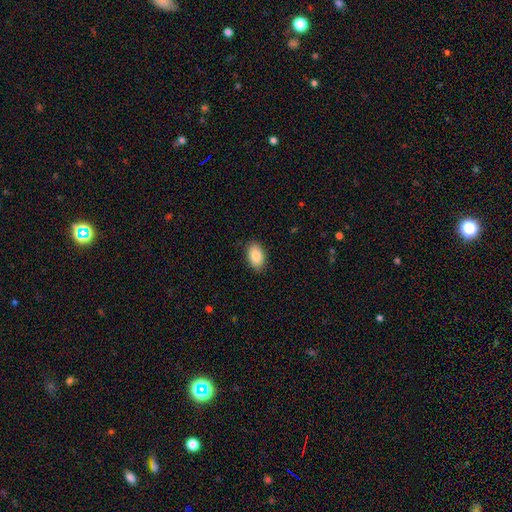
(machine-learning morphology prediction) Smooth or featured? Predicted: smooth (p=0.85). How rounded? Predicted: in between (p=0.92). Merging? Predicted: none (p=0.87).